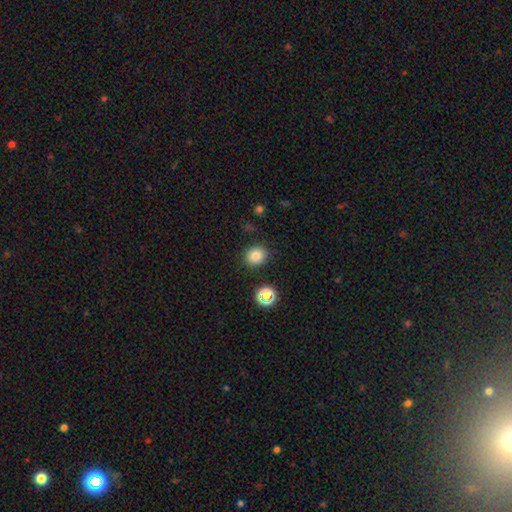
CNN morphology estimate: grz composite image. It shows a smooth galaxy with no disk features (81%) that is round (72%). Merging: none (87%).